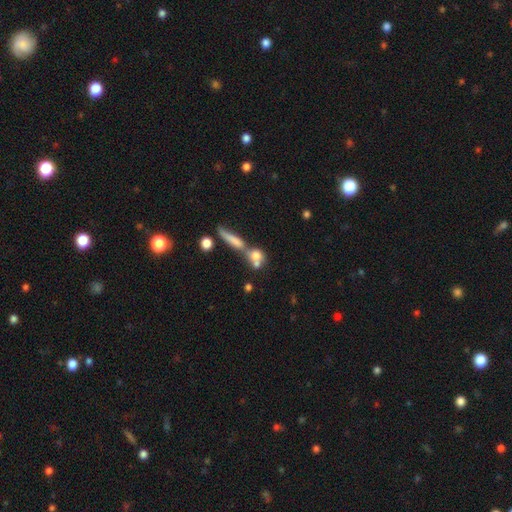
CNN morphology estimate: The model was most divided on "merging": merger: 49%, none: 34%, minor disturbance: 10%, major disturbance: 8%. More confident: smooth or featured — smooth (69%); how rounded — round (51%).